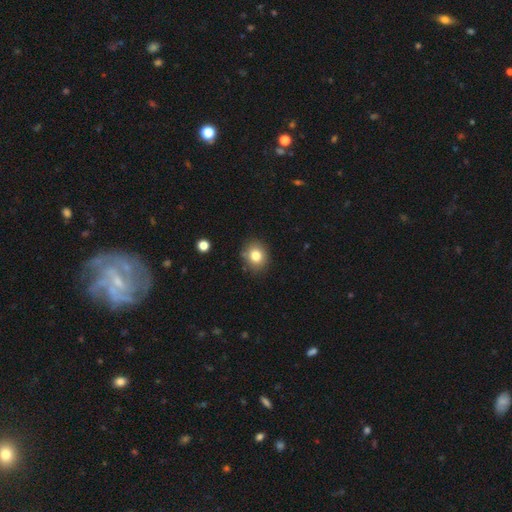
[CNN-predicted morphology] Smooth or featured?
  - smooth: 80% *
  - star or artifact: 11%
  - featured or disk: 9%
How rounded?
  - round: 68% *
  - in between: 31%
  - cigar-shaped: 1%
Merging?
  - none: 84% *
  - minor disturbance: 11%
  - major disturbance: 3%
  - merger: 2%